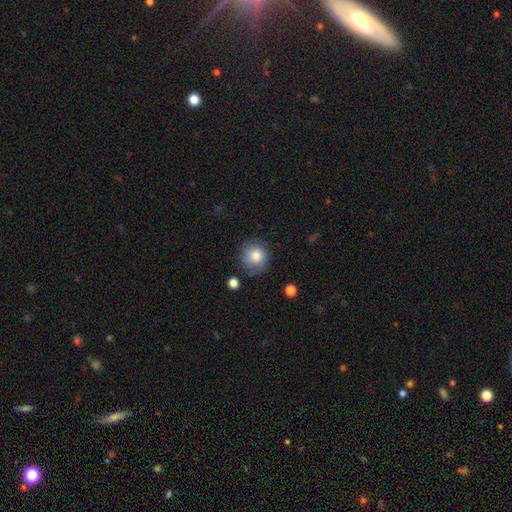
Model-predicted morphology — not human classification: A smooth galaxy with no disk features (81%) that is round (89%). Merging: none (76%).